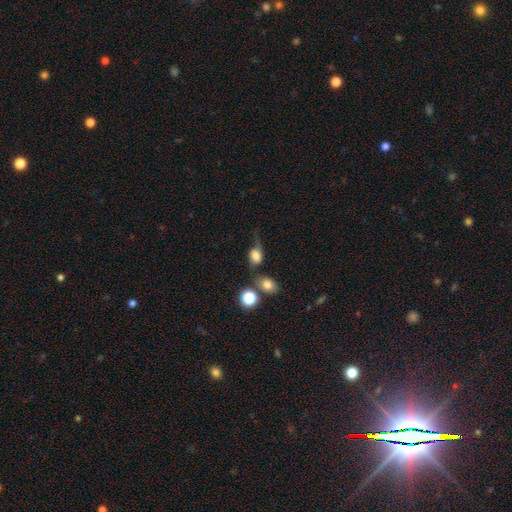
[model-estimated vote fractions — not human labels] Overall: smooth (68%). How rounded: in between (61%; round 36%). Merging: none (33%; major disturbance 28%).